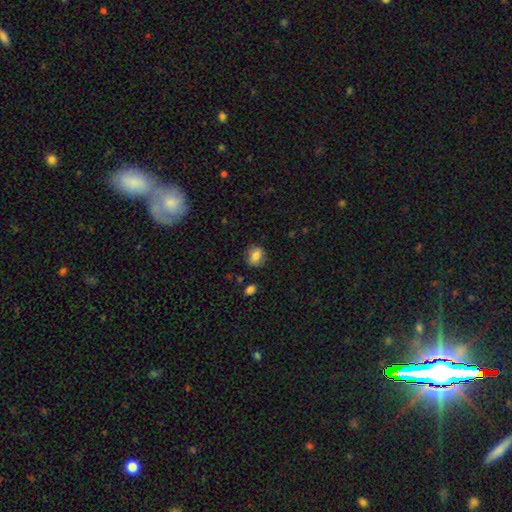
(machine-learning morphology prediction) Smooth or featured?
  - smooth: 79% *
  - featured or disk: 12%
  - star or artifact: 9%
How rounded?
  - round: 57% *
  - in between: 42%
  - cigar-shaped: 1%
Merging?
  - none: 80% *
  - minor disturbance: 14%
  - major disturbance: 4%
  - merger: 2%